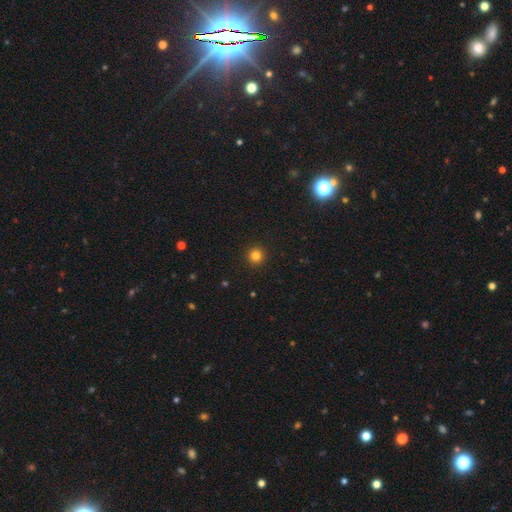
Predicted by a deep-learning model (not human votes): This is clearly a smooth galaxy (82%). How rounded: clearly round (95%). Merging: clearly none (93%).